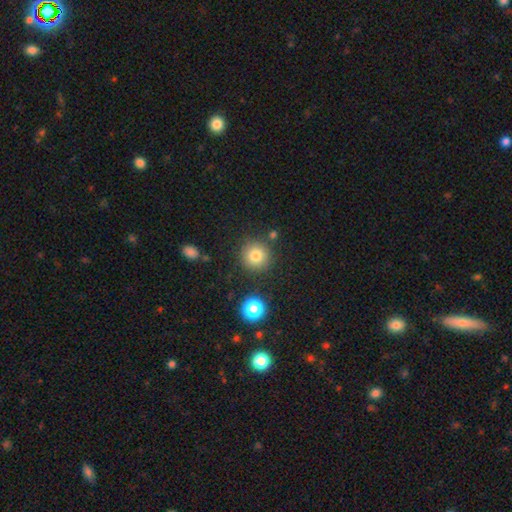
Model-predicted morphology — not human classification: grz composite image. It shows a smooth galaxy with no disk features (80%) that is round (94%). Merging: none (85%).